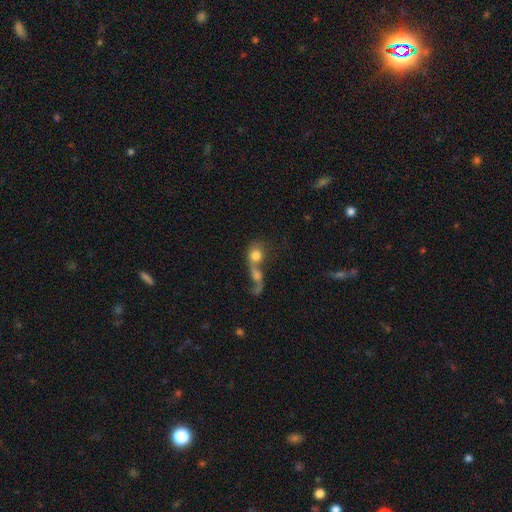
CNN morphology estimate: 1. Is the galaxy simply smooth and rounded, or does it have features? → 69% smooth, 20% featured or disk, 10% star or artifact.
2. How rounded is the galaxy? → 67% round, 30% in between, 3% cigar-shaped.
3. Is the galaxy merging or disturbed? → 70% merger, 16% none, 9% major disturbance, 5% minor disturbance.